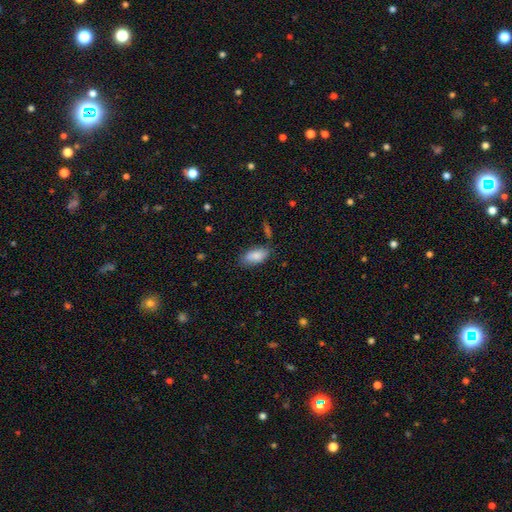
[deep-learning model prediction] Smooth or featured? smooth (85%)
How rounded? in between (91%)
Merging? none (73%)